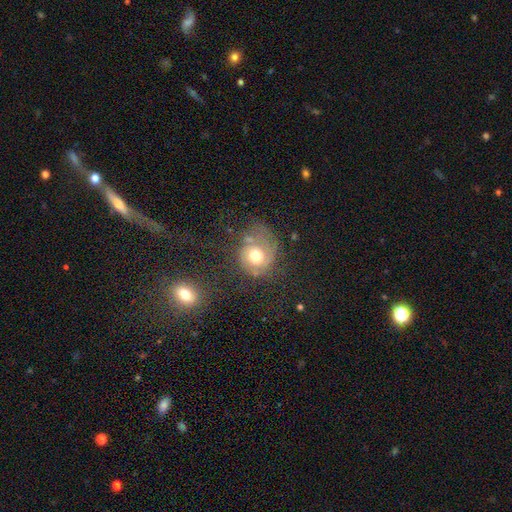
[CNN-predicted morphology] The model was most divided on "smooth or featured": smooth: 52%, featured or disk: 36%, star or artifact: 12%. Remaining: how rounded — round (77%); merging — none (45%).